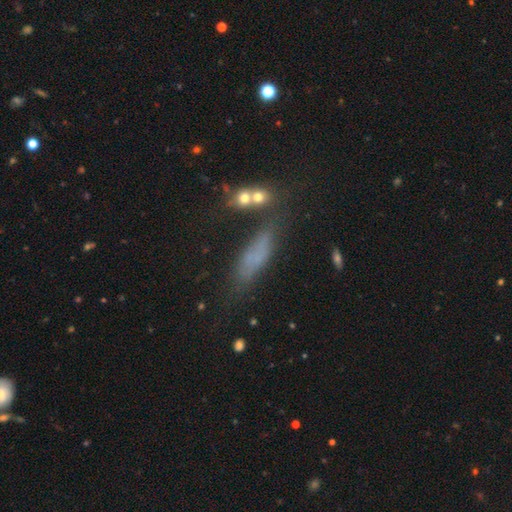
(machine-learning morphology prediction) Overall: smooth (62%). How rounded: cigar-shaped (56%; in between 40%). Merging: none (55%; minor disturbance 22%).